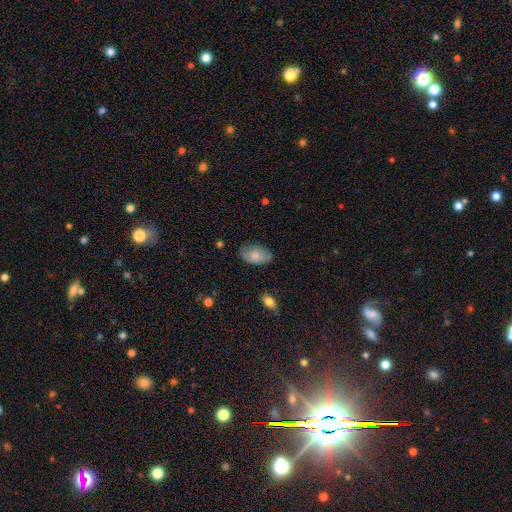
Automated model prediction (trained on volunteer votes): smooth_or_featured: smooth (p=0.79) [alt: featured or disk p=0.14]
how_rounded: in between (p=0.92) [alt: round p=0.06]
merging: none (p=0.71) [alt: minor disturbance p=0.22]